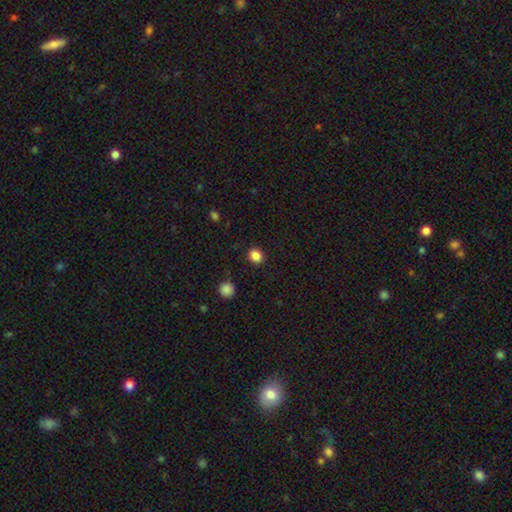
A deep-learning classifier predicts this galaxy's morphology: Smooth or featured?
  - smooth: 86% *
  - star or artifact: 11%
  - featured or disk: 3%
How rounded?
  - round: 73% *
  - in between: 26%
  - cigar-shaped: 1%
Merging?
  - none: 90% *
  - minor disturbance: 6%
  - major disturbance: 2%
  - merger: 1%